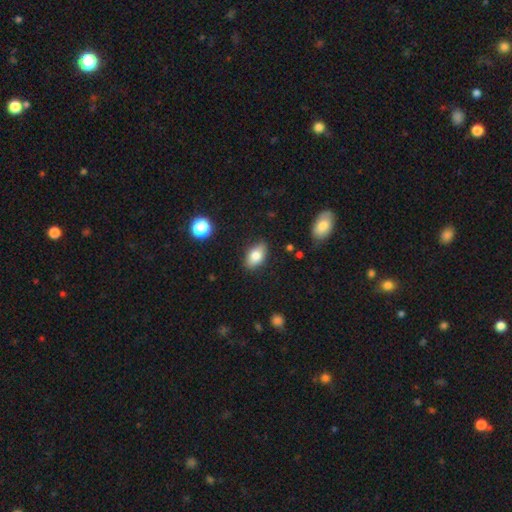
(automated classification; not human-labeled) Q: Smooth or featured?
A: smooth (79%); runner-up: featured or disk (13%)
Q: How rounded?
A: in between (89%); runner-up: round (8%)
Q: Merging?
A: none (85%); runner-up: minor disturbance (11%)